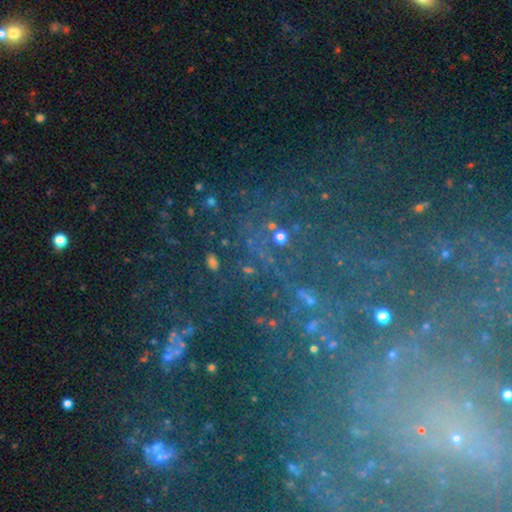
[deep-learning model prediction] star or artifact 70%, featured or disk 15%, smooth 14%.